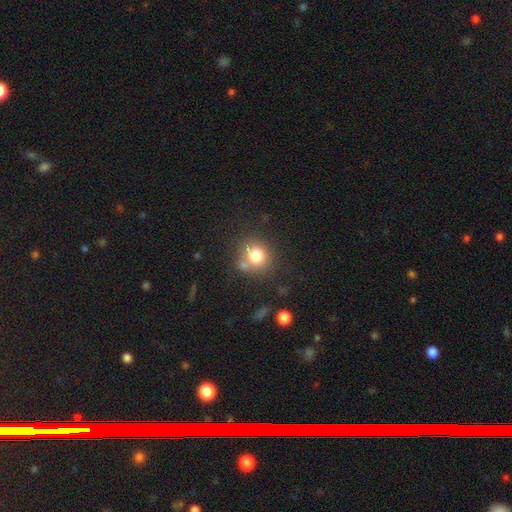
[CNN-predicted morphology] Overall: smooth (78%). How rounded: round (85%). Merging: none (65%).